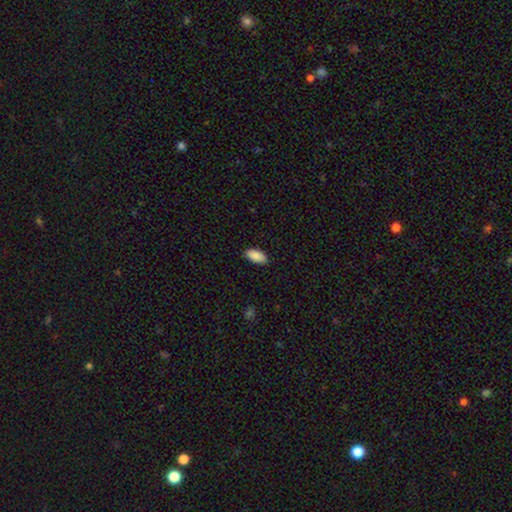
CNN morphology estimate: A smooth galaxy with no disk features (90%) that is in between round and cigar-shaped (92%). Merging: none (88%).